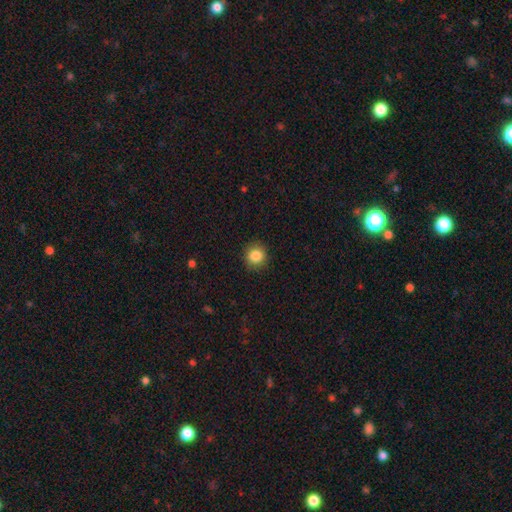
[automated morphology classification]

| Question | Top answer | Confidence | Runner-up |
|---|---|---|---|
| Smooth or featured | smooth | 86% | star or artifact (10%) |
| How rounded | round | 89% | in between (10%) |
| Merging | none | 90% | minor disturbance (7%) |